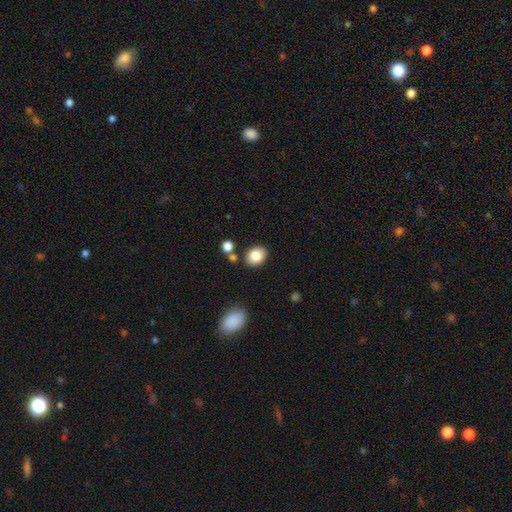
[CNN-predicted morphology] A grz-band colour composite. It shows a smooth galaxy with no disk features (84%) that is in between round and cigar-shaped (61%). Merging: none (82%).